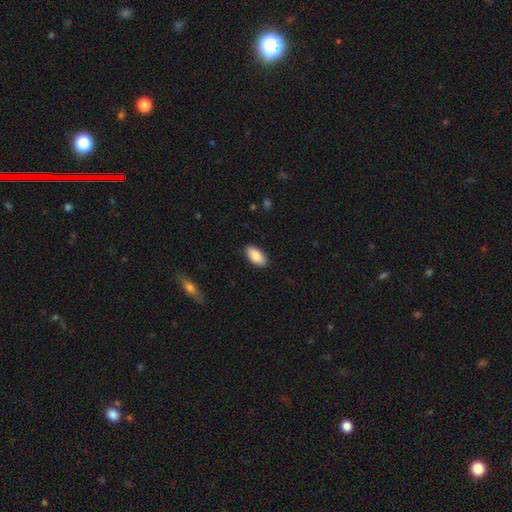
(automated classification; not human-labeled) The model was most divided on "smooth or featured": smooth: 86%, featured or disk: 8%, star or artifact: 6%. More confident: how rounded — in between (94%); merging — none (89%).